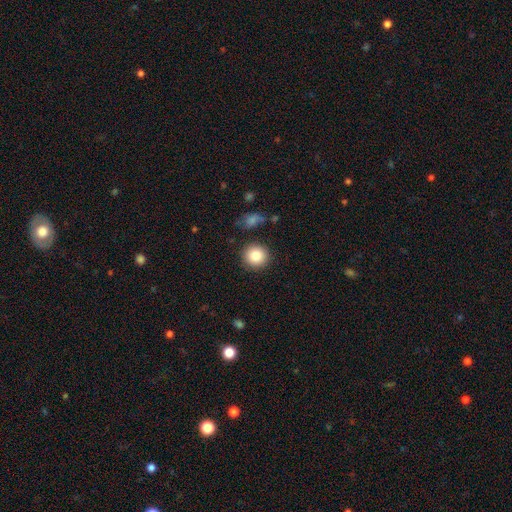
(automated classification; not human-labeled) A smooth galaxy with no disk features (85%) that is round (92%).

Vote fractions:
- Smooth or featured? smooth: 85% / star or artifact: 9% / featured or disk: 6%
- How rounded? round: 92% / in between: 7% / cigar-shaped: 1%
- Merging? none: 88% / minor disturbance: 7% / major disturbance: 3% / merger: 2%